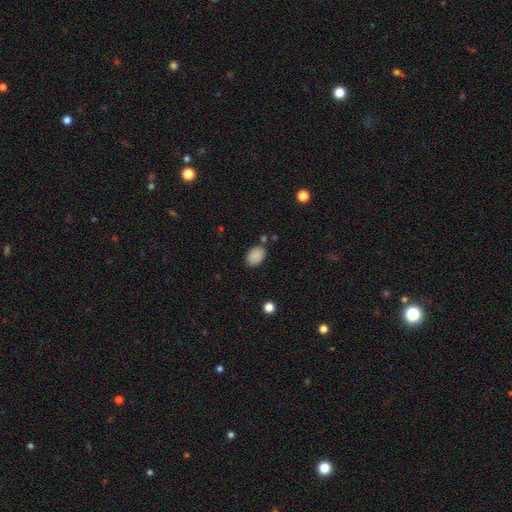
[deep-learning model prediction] Smooth or featured? smooth (88%)
How rounded? in between (83%)
Merging? none (78%)